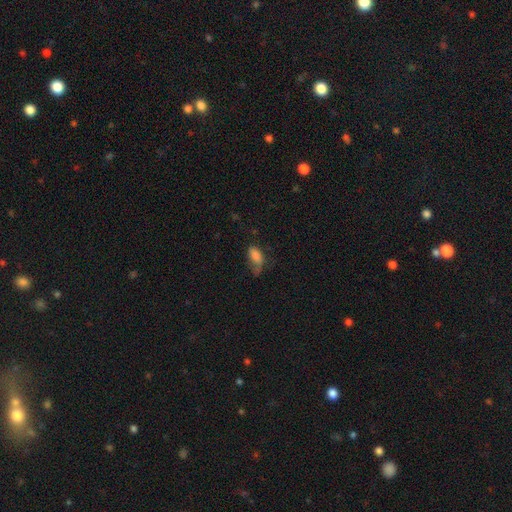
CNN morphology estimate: smooth 79%, featured or disk 11%, star or artifact 10%. Down the decision tree: how rounded — in between (88%); merging — none (34%).